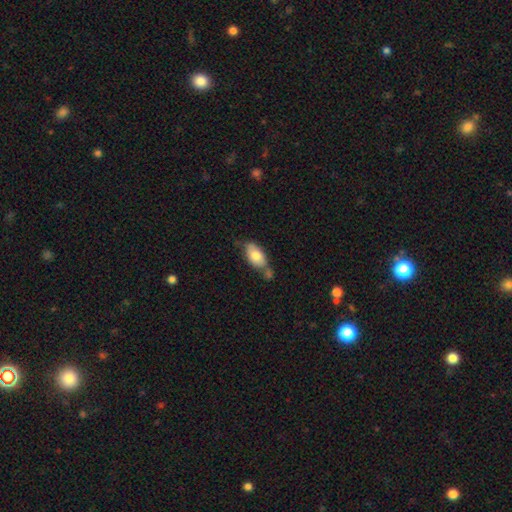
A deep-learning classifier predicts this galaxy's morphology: Smooth or featured?
  - smooth: 74% *
  - featured or disk: 19%
  - star or artifact: 7%
How rounded?
  - in between: 91% *
  - round: 6%
  - cigar-shaped: 3%
Merging?
  - none: 44% *
  - merger: 28%
  - minor disturbance: 21%
  - major disturbance: 7%